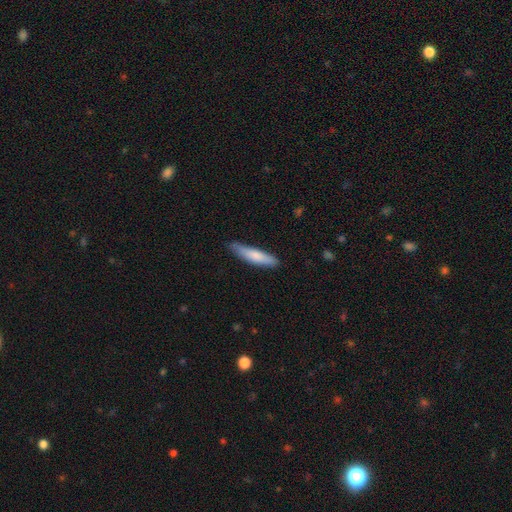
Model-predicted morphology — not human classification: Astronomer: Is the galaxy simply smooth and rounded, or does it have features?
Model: smooth — 76%.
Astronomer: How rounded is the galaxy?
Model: cigar-shaped — 85%.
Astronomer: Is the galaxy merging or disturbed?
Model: none — 77%.